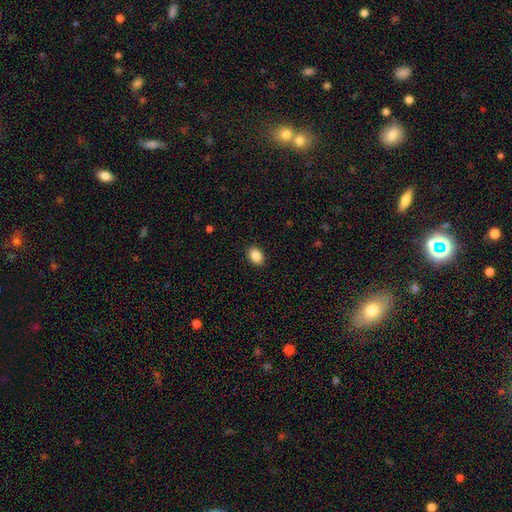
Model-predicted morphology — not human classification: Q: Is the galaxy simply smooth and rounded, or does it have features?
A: smooth — 88%.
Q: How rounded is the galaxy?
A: in between — 75%.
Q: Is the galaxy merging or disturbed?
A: none — 90%.